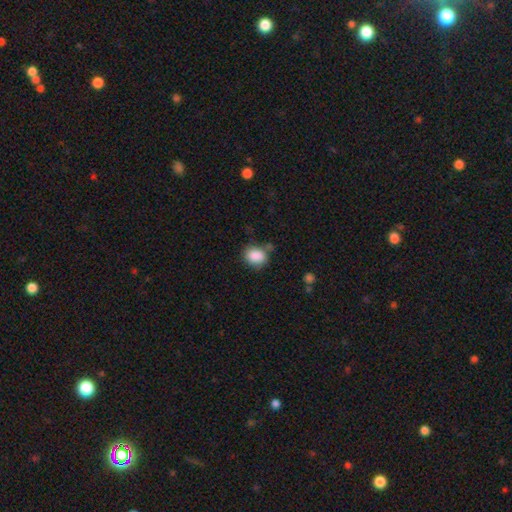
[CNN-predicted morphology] Smooth or featured: smooth — 87% (star or artifact — 8%)
How rounded: in between — 50% (round — 49%)
Merging: none — 70% (minor disturbance — 19%)